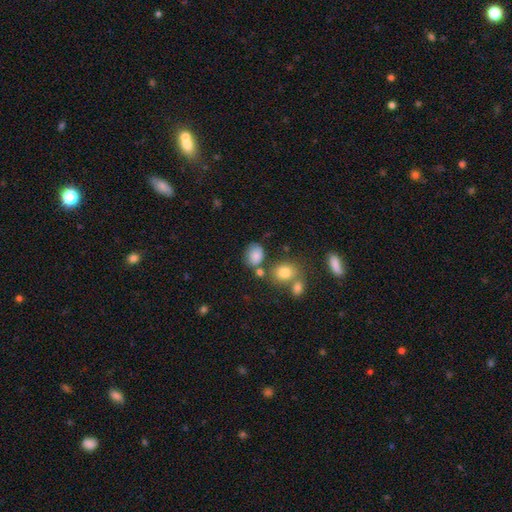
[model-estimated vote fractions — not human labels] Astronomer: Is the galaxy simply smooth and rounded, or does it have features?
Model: smooth — 82%.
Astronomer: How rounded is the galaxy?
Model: in between — 63%.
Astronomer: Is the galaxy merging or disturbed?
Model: none — 60%.